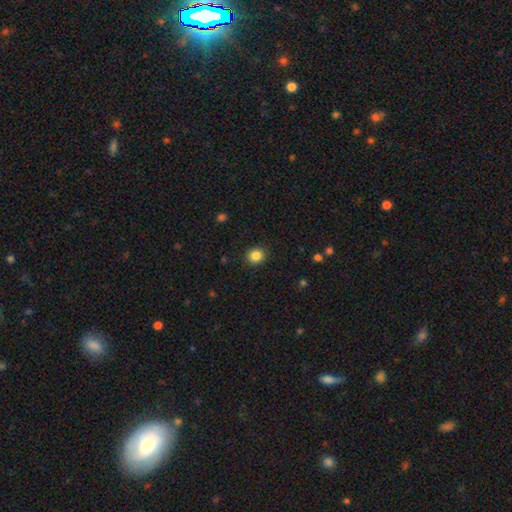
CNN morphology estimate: type=smooth (85%); roundness=round (83%); merging=none (91%).